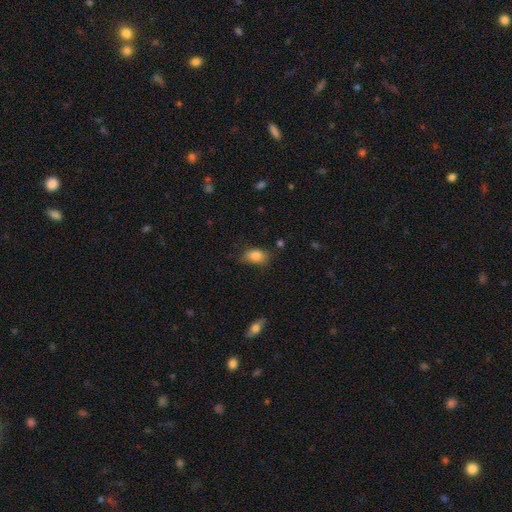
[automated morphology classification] Q: Smooth or featured?
A: smooth (84%); runner-up: star or artifact (9%)
Q: How rounded?
A: in between (82%); runner-up: round (16%)
Q: Merging?
A: none (68%); runner-up: minor disturbance (25%)